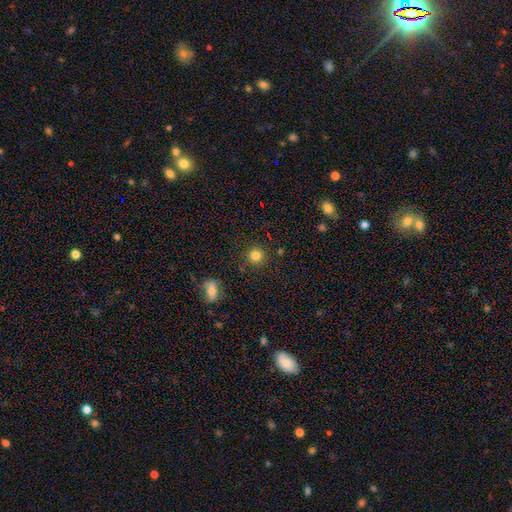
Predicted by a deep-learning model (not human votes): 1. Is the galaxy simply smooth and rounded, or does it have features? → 83% smooth, 12% star or artifact, 5% featured or disk.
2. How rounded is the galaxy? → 93% round, 6% in between, 1% cigar-shaped.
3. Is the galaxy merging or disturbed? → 88% none, 7% minor disturbance, 3% merger, 3% major disturbance.